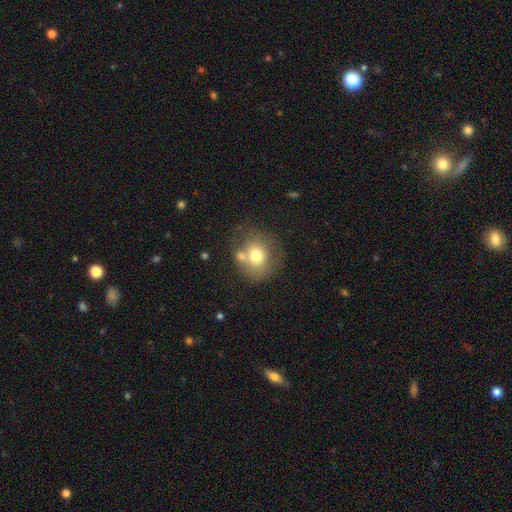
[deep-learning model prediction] Overall: smooth (69%). How rounded: round (78%). Merging: none (54%; merger 23%).